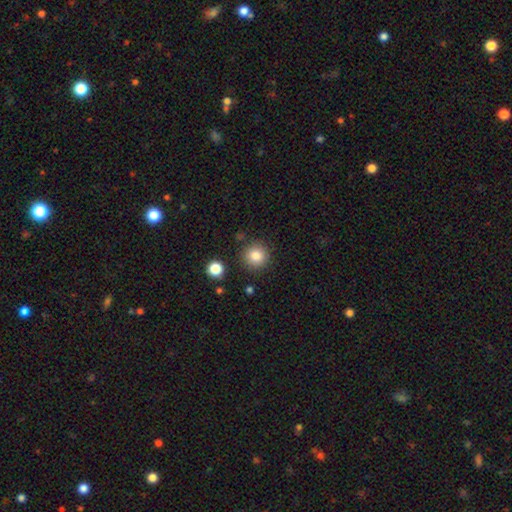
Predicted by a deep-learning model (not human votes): Smooth or featured?
  - smooth: 83% *
  - star or artifact: 10%
  - featured or disk: 6%
How rounded?
  - round: 94% *
  - in between: 5%
  - cigar-shaped: 1%
Merging?
  - none: 87% *
  - minor disturbance: 7%
  - merger: 3%
  - major disturbance: 3%